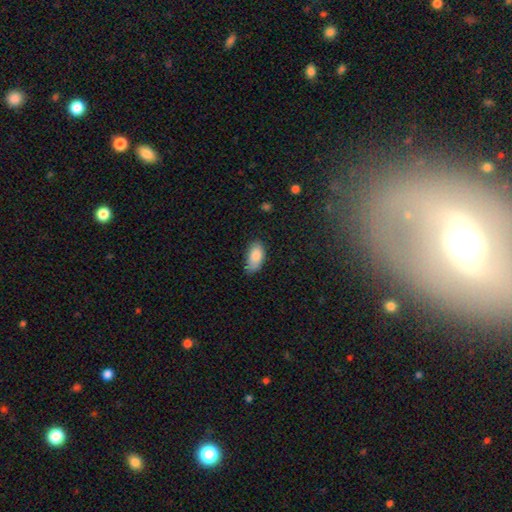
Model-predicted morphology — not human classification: The model was most divided on "merging": none: 63%, minor disturbance: 30%, major disturbance: 5%, merger: 2%. More confident: how rounded — in between (93%); smooth or featured — smooth (82%).